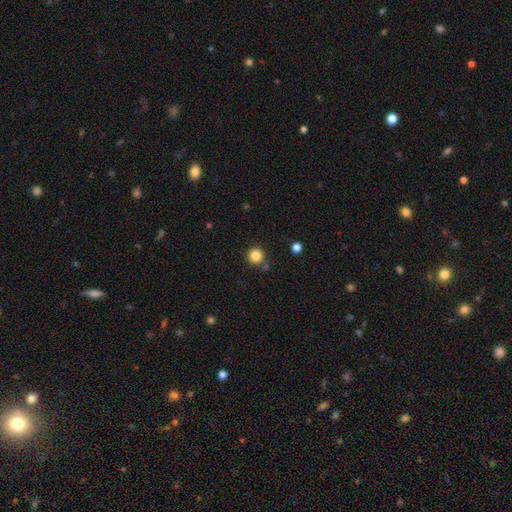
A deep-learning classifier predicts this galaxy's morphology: This appears to be a smooth galaxy with no disk features (84%) that is round (95%). Merging: none (84%).